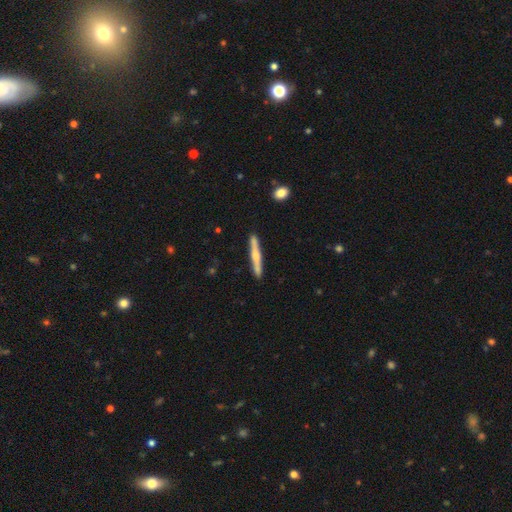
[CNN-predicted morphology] Overall: featured or disk (58%; smooth 37%). Edge-on disk: yes (97%). Edge-on bulge: rounded (79%). Merging: none (89%).